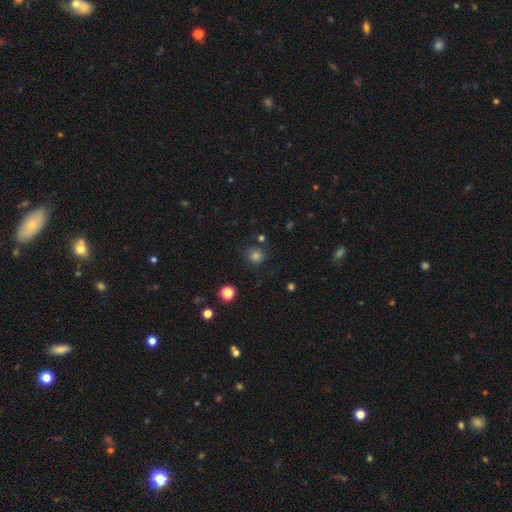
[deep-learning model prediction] Smooth or featured?
  - smooth: 77% *
  - star or artifact: 16%
  - featured or disk: 7%
How rounded?
  - round: 89% *
  - in between: 10%
  - cigar-shaped: 1%
Merging?
  - none: 77% *
  - minor disturbance: 14%
  - major disturbance: 5%
  - merger: 4%